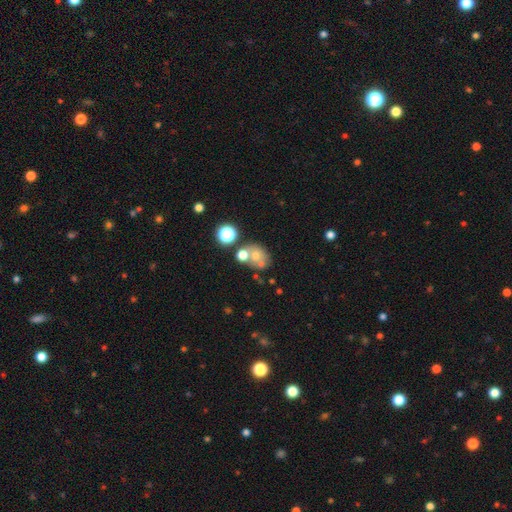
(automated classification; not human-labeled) Q: Smooth or featured?
A: smooth (60%); runner-up: featured or disk (23%)
Q: How rounded?
A: round (58%); runner-up: in between (41%)
Q: Merging?
A: none (43%); runner-up: merger (37%)